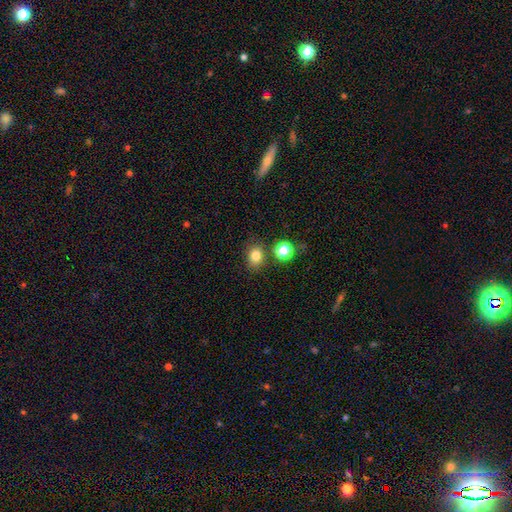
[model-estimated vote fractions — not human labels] A smooth galaxy with no disk features (80%) that is round (56%).

Vote fractions:
- Smooth or featured? smooth: 80% / star or artifact: 14% / featured or disk: 6%
- How rounded? round: 56% / in between: 43% / cigar-shaped: 1%
- Merging? none: 77% / minor disturbance: 11% / merger: 8% / major disturbance: 3%